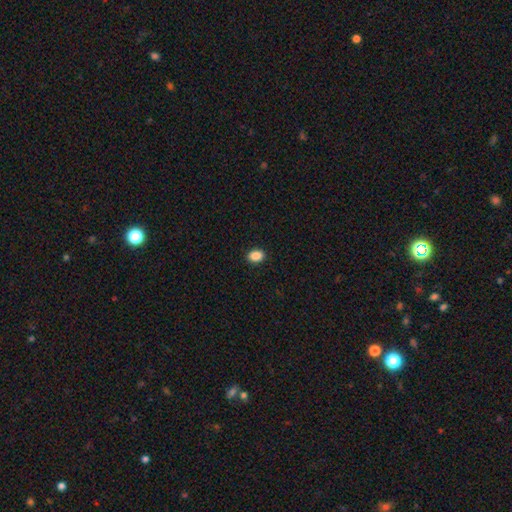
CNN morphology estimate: type=smooth (89%); roundness=in between (76%); merging=none (91%).